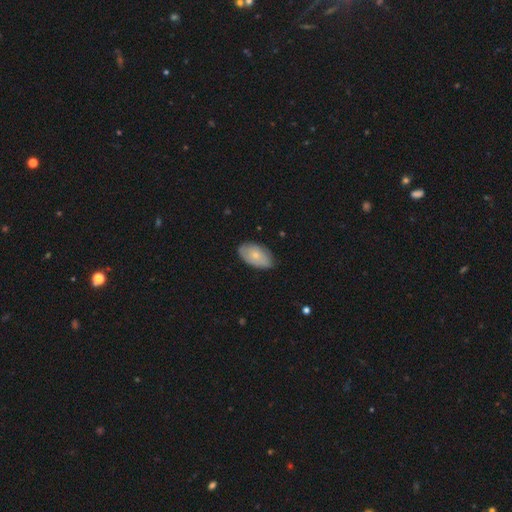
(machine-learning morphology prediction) A smooth galaxy with no disk features (68%) that is in between round and cigar-shaped (93%). Merging: none (77%).